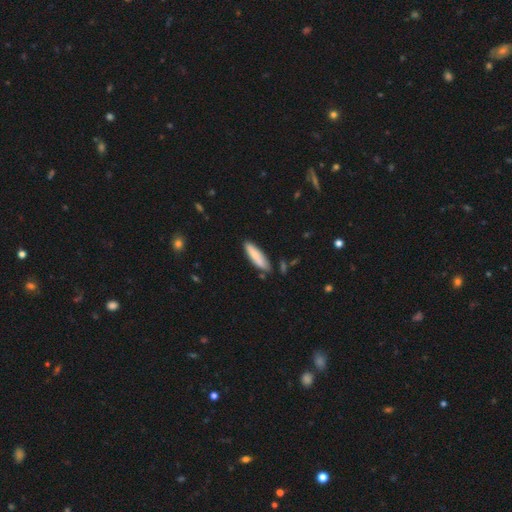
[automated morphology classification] type=smooth (79%); roundness=cigar-shaped (69%); merging=none (81%).